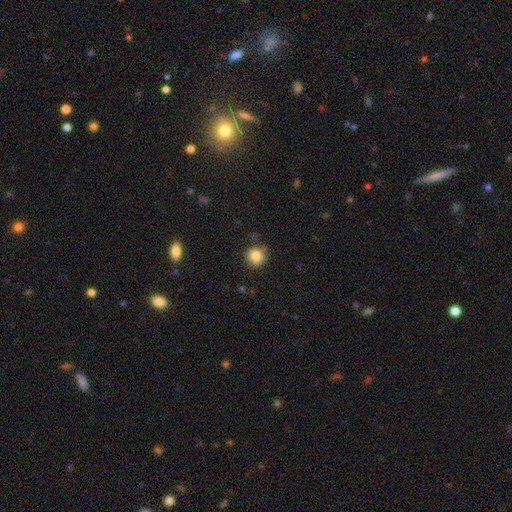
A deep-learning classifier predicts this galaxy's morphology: A smooth galaxy with no disk features (83%) that is round (91%).

Vote fractions:
- Smooth or featured? smooth: 83% / star or artifact: 10% / featured or disk: 7%
- How rounded? round: 91% / in between: 8% / cigar-shaped: 1%
- Merging? none: 81% / minor disturbance: 14% / major disturbance: 3% / merger: 3%